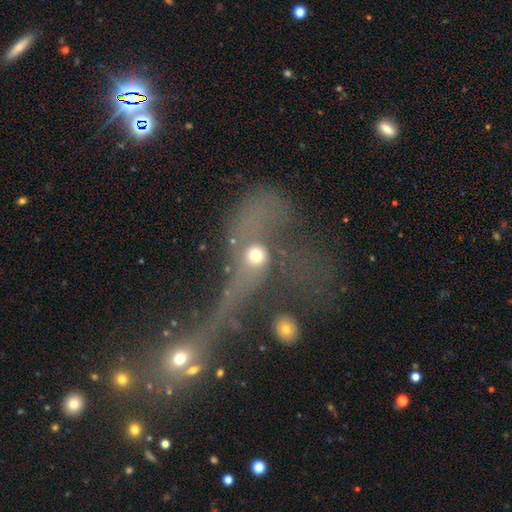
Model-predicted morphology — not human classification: This appears to be a featured or disk galaxy (46%). Merging: major disturbance (42%).